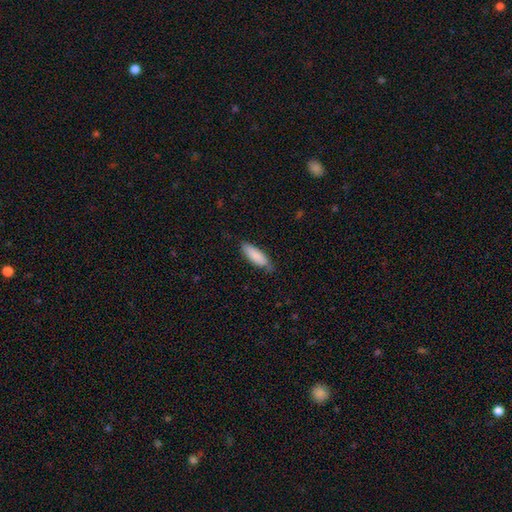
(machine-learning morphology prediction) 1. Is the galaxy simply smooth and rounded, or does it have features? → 85% smooth, 9% featured or disk, 6% star or artifact.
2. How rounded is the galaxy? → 60% in between, 39% cigar-shaped, 1% round.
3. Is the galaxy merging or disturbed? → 70% none, 25% minor disturbance, 4% major disturbance, 1% merger.